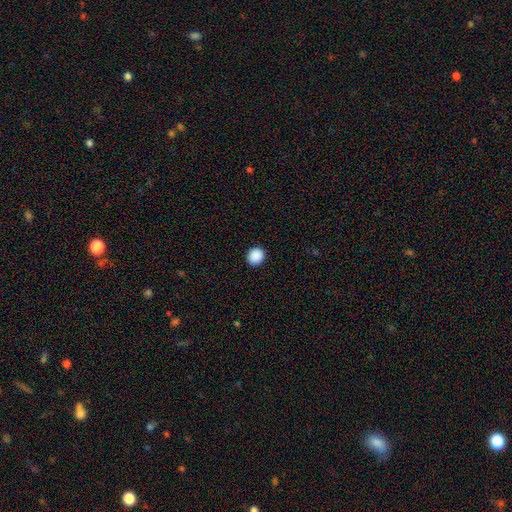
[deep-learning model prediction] Smooth or featured: smooth — 90% (star or artifact — 8%)
How rounded: round — 89% (in between — 10%)
Merging: none — 93% (minor disturbance — 5%)